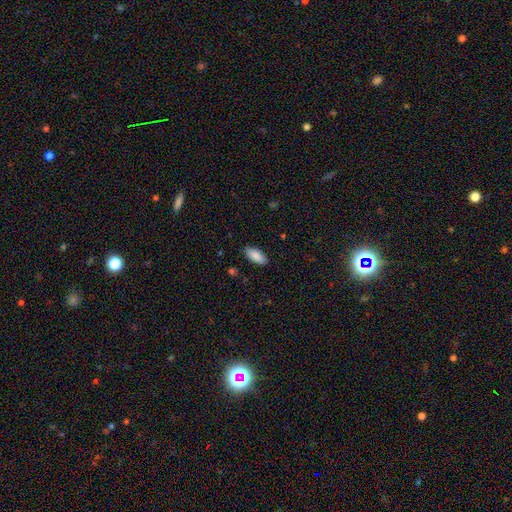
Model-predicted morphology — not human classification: Smooth or featured? Predicted: smooth (p=0.88). How rounded? Predicted: in between (p=0.87). Merging? Predicted: none (p=0.87).